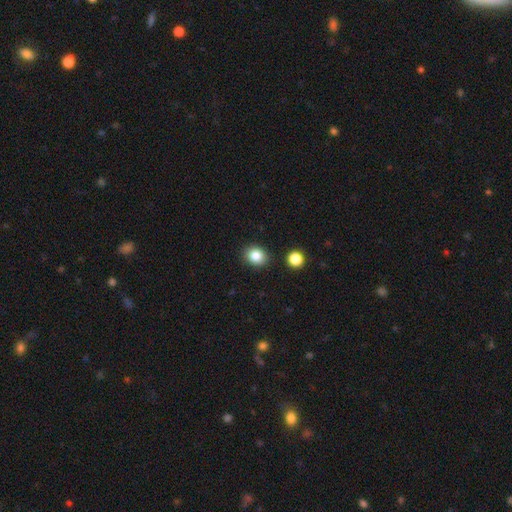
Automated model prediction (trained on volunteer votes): This is clearly a smooth galaxy (84%). How rounded: possibly round (58%). Merging: clearly none (88%).